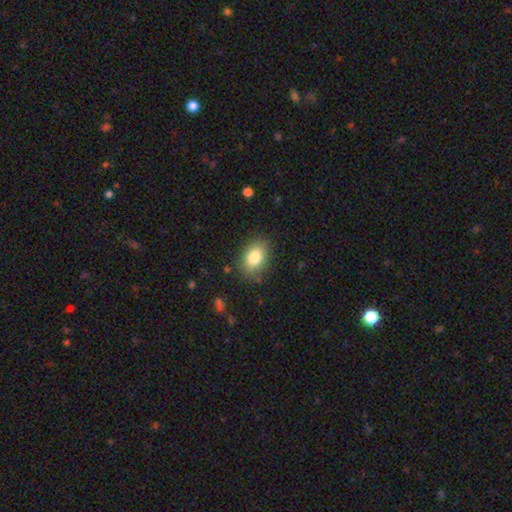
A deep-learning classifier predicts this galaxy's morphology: Smooth or featured: smooth — 82% (featured or disk — 9%)
How rounded: in between — 84% (round — 15%)
Merging: none — 85% (minor disturbance — 11%)